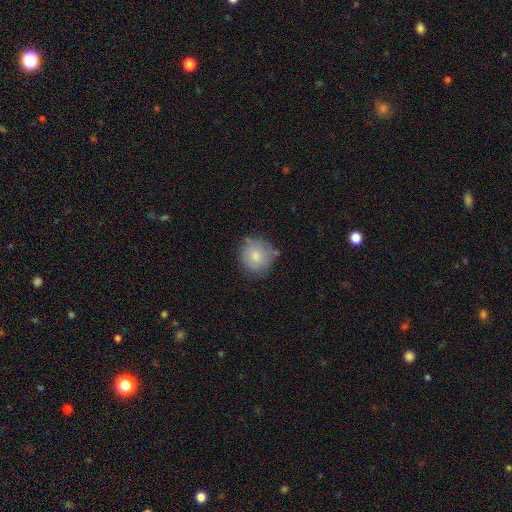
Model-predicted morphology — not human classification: This is likely a smooth galaxy (78%). How rounded: clearly round (89%). Merging: likely none (63%).